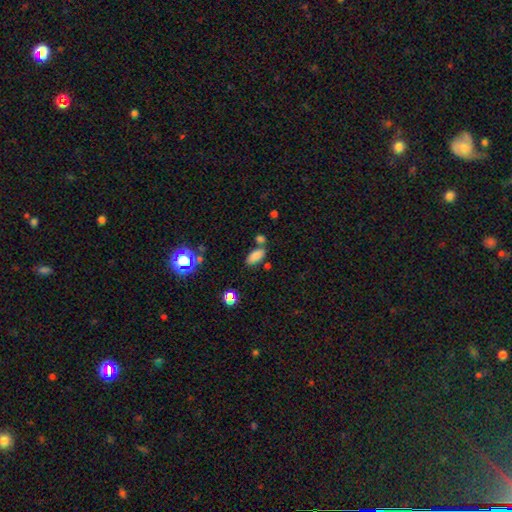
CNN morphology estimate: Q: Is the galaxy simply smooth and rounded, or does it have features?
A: smooth — 81%.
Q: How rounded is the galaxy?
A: in between — 89%.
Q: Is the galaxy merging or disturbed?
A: none — 64%.